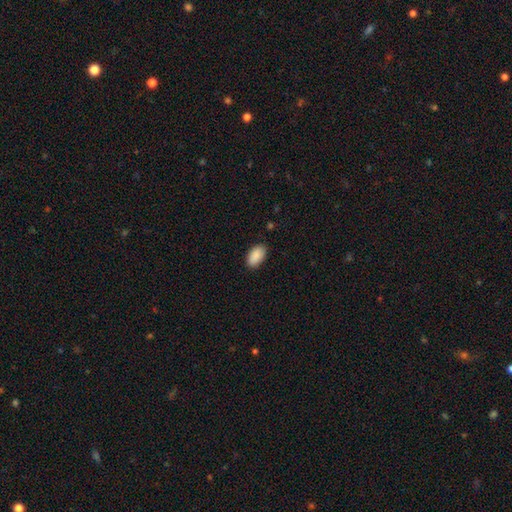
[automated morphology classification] smooth_or_featured: smooth (p=0.90) [alt: star or artifact p=0.06]
how_rounded: in between (p=0.95) [alt: round p=0.03]
merging: none (p=0.87) [alt: minor disturbance p=0.10]